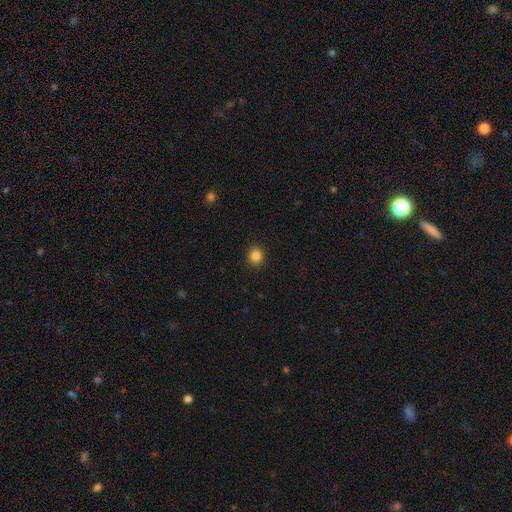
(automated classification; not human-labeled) smooth 86%, star or artifact 11%, featured or disk 3%. Down the decision tree: how rounded — round (82%); merging — none (91%).